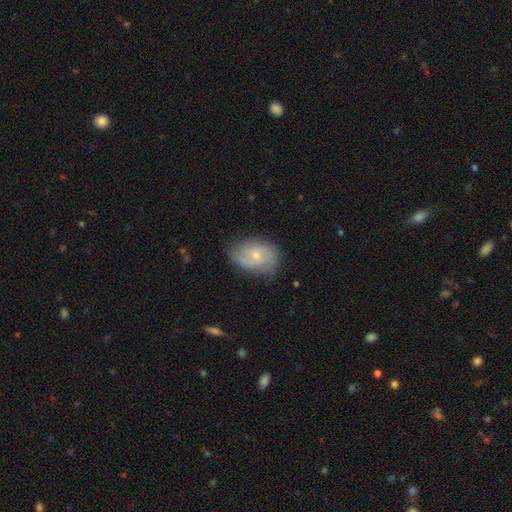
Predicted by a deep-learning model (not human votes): featured or disk 63%, smooth 30%, star or artifact 7%. Down the decision tree: edge-on disk — no (97%); bar — no (60%); spiral arms — yes (88%); spiral arm count — 2 (57%); spiral winding — medium (43%); bulge size — small (68%); merging — none (69%).